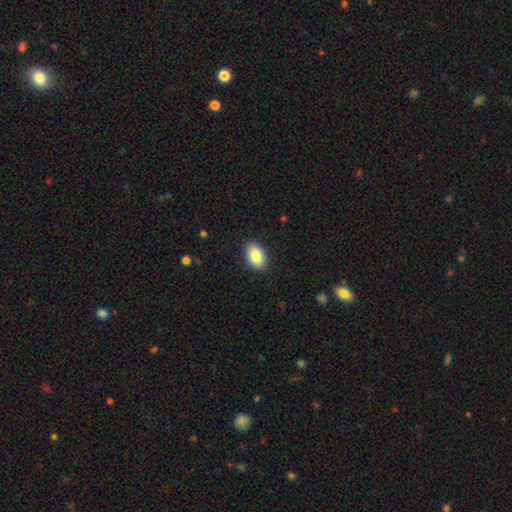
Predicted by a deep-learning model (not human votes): Overall: smooth (86%). How rounded: in between (91%). Merging: none (89%).